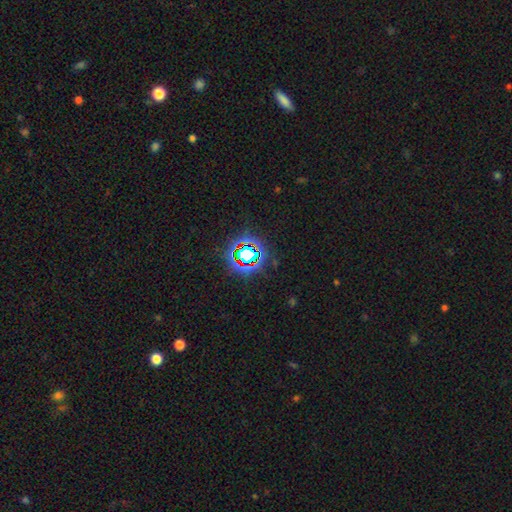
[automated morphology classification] Smooth or featured?
  - star or artifact: 75% *
  - smooth: 15%
  - featured or disk: 10%